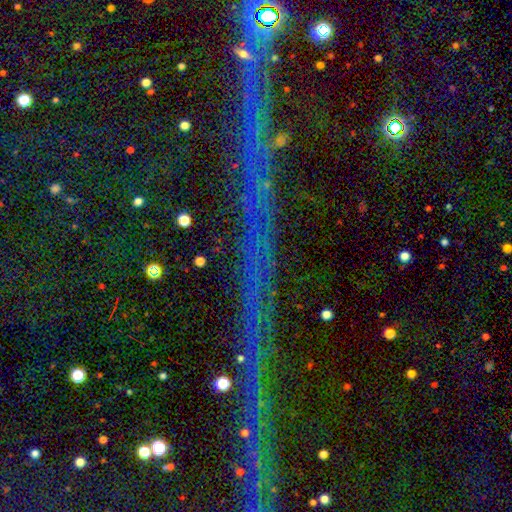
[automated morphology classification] A star or artifact, not a galaxy (81%).

Vote fractions:
- Smooth or featured? star or artifact: 81% / featured or disk: 11% / smooth: 8%